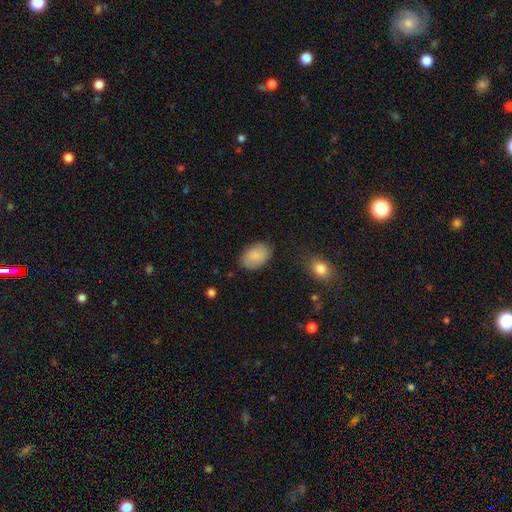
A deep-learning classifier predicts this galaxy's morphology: Smooth or featured? Predicted: smooth (p=0.82). How rounded? Predicted: in between (p=0.87). Merging? Predicted: none (p=0.82).